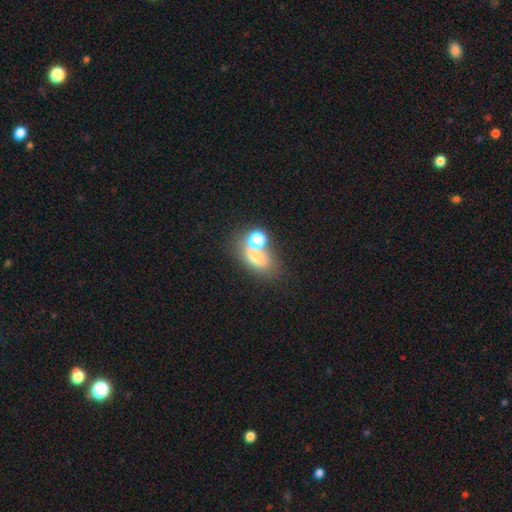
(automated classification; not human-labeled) A smooth galaxy with no disk features (62%) that is in between round and cigar-shaped (69%).

Vote fractions:
- Smooth or featured? smooth: 62% / star or artifact: 20% / featured or disk: 18%
- How rounded? in between: 69% / round: 27% / cigar-shaped: 4%
- Merging? none: 41% / merger: 39% / minor disturbance: 11% / major disturbance: 9%